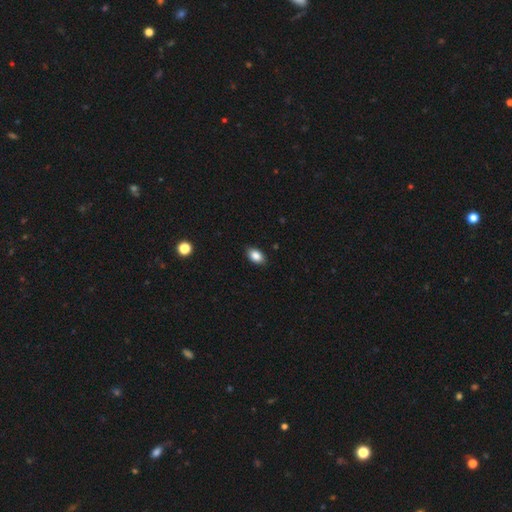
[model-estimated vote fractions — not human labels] Smooth or featured: smooth — 87% (star or artifact — 8%)
How rounded: in between — 90% (round — 9%)
Merging: none — 88% (minor disturbance — 9%)